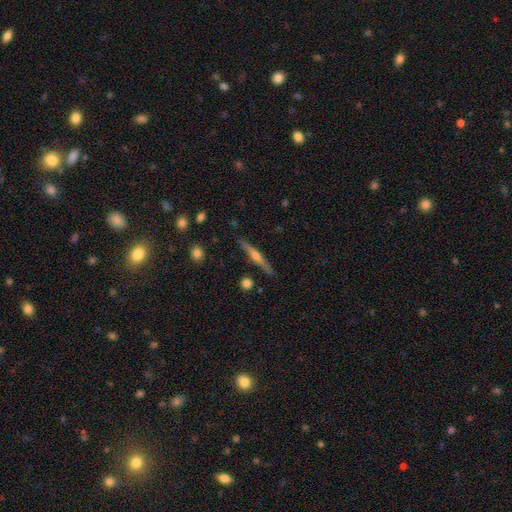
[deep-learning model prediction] featured or disk 68%, smooth 25%, star or artifact 6%. Down the decision tree: edge-on disk — yes (98%); edge-on bulge — rounded (85%); merging — none (89%).